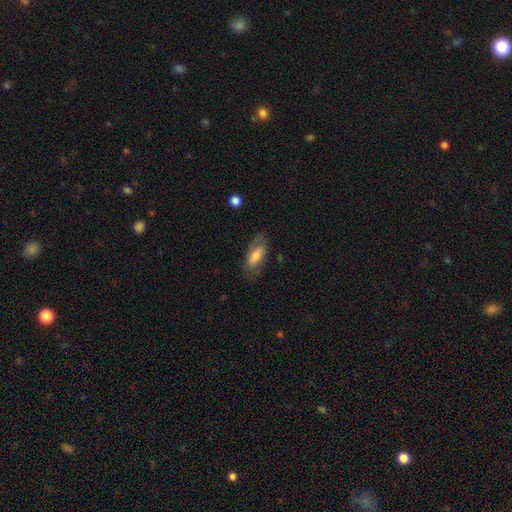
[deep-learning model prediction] The model was most divided on "smooth or featured": smooth: 56%, featured or disk: 38%, star or artifact: 6%. More confident: how rounded — in between (82%); merging — none (72%).